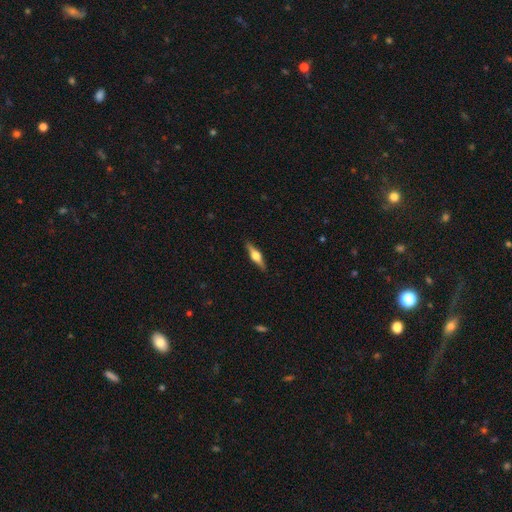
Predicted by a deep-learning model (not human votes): smooth_or_featured: featured or disk (p=0.73) [alt: smooth p=0.21]
disk_edge_on: yes (p=0.97) [alt: no p=0.03]
edge_on_bulge: rounded (p=0.93) [alt: boxy p=0.06]
merging: none (p=0.90) [alt: minor disturbance p=0.08]